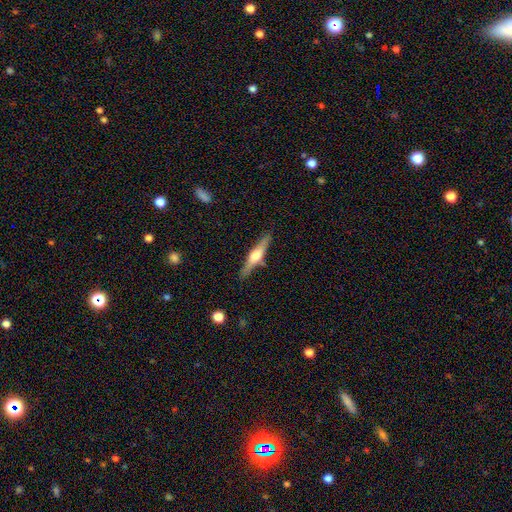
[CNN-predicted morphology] The model was most divided on "smooth or featured": featured or disk: 62%, smooth: 32%, star or artifact: 6%. More confident: edge-on disk — yes (96%); edge-on bulge — rounded (92%); merging — none (85%).